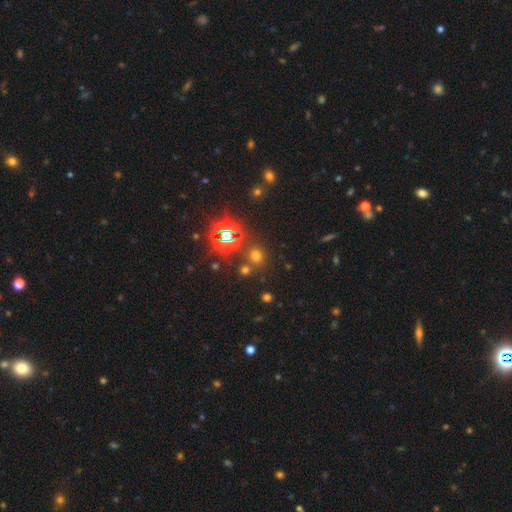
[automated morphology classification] Q: Smooth or featured?
A: smooth (56%); runner-up: star or artifact (38%)
Q: How rounded?
A: round (86%); runner-up: in between (13%)
Q: Merging?
A: none (77%); runner-up: merger (12%)